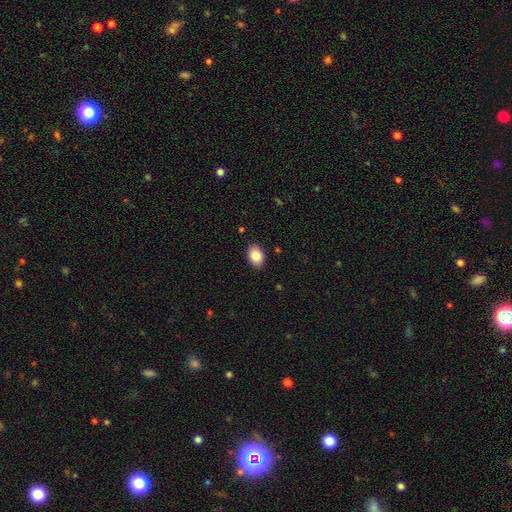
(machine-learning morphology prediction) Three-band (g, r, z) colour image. It shows a smooth galaxy with no disk features (86%) that is in between round and cigar-shaped (78%). Merging: none (88%).